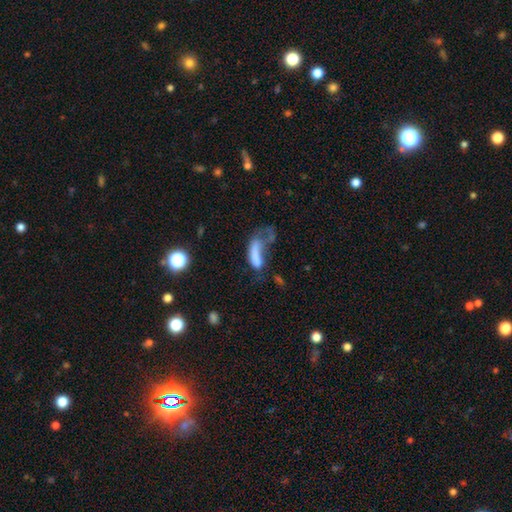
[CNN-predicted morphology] type=smooth (60%); roundness=in between (65%); merging=major disturbance (53%).